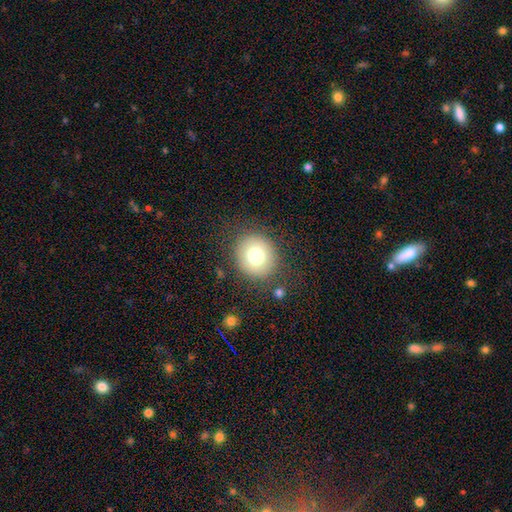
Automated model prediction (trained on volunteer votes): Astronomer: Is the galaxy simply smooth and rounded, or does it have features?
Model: smooth — 77%.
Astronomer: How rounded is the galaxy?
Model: round — 84%.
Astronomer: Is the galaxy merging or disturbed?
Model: none — 84%.